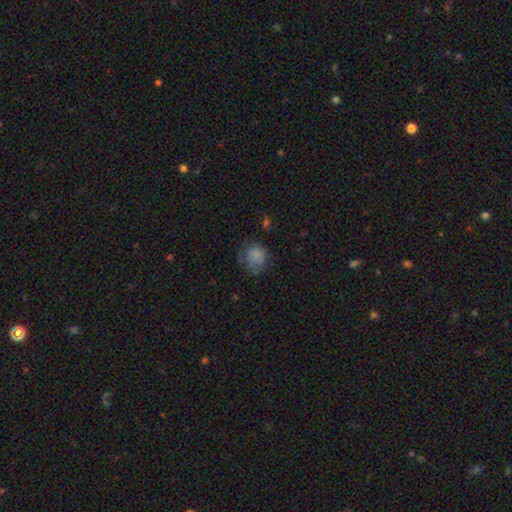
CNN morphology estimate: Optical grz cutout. It shows a smooth galaxy with no disk features (75%) that is round (78%). Merging: none (59%).